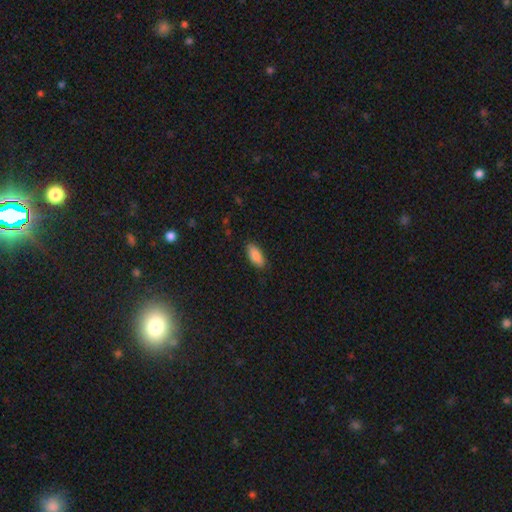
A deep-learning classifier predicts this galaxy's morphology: type=smooth (88%); roundness=in between (87%); merging=none (85%).